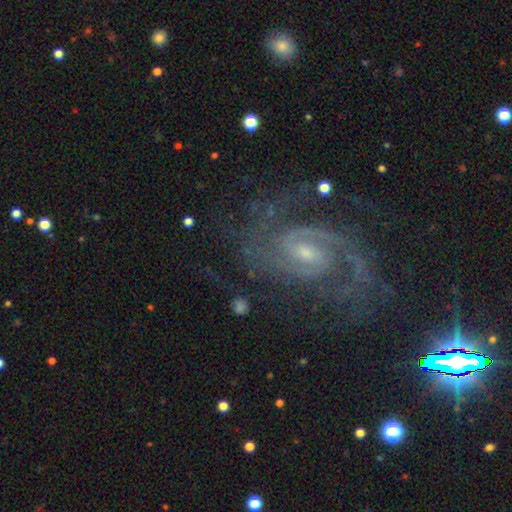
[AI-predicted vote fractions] Smooth or featured? Predicted: featured or disk (p=0.88). Edge-on disk? Predicted: no (p=0.97). Bar? Predicted: weak (p=0.51). Spiral arms? Predicted: yes (p=0.98). Spiral winding? Predicted: medium (p=0.50). Spiral arm count? Predicted: 2 (p=0.76). Bulge size? Predicted: small (p=0.64). Merging? Predicted: none (p=0.75).